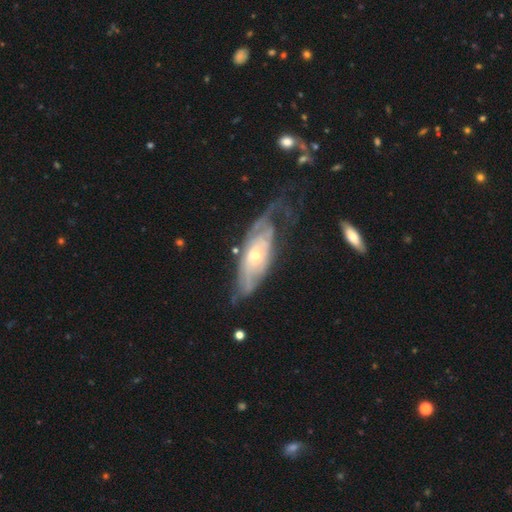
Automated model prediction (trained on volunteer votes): Smooth or featured? Predicted: featured or disk (p=0.78). Edge-on disk? Predicted: no (p=0.87). Bar? Predicted: no (p=0.74). Spiral arms? Predicted: yes (p=0.82). Spiral winding? Predicted: tight (p=0.60). Spiral arm count? Predicted: can't tell (p=0.57). Bulge size? Predicted: small (p=0.56). Merging? Predicted: none (p=0.42).